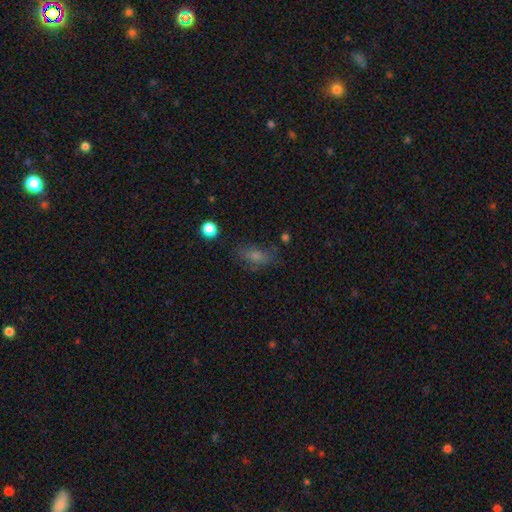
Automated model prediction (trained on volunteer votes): A smooth galaxy with no disk features (57%) that is in between round and cigar-shaped (76%).

Vote fractions:
- Smooth or featured? smooth: 57% / star or artifact: 24% / featured or disk: 19%
- How rounded? in between: 76% / round: 14% / cigar-shaped: 10%
- Merging? none: 68% / minor disturbance: 19% / major disturbance: 8% / merger: 4%